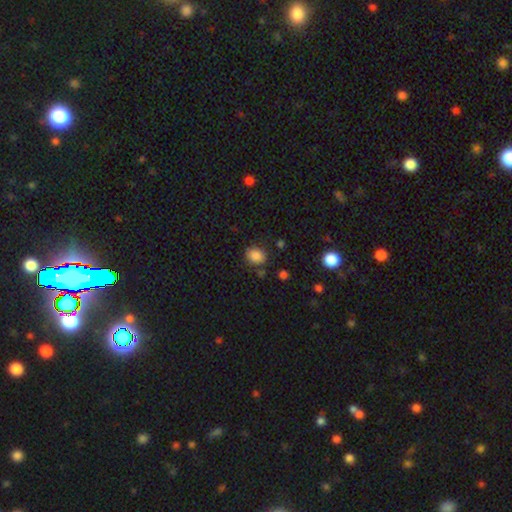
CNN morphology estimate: smooth_or_featured: smooth (p=0.85) [alt: star or artifact p=0.11]
how_rounded: round (p=0.50) [alt: in between p=0.49]
merging: none (p=0.78) [alt: minor disturbance p=0.14]